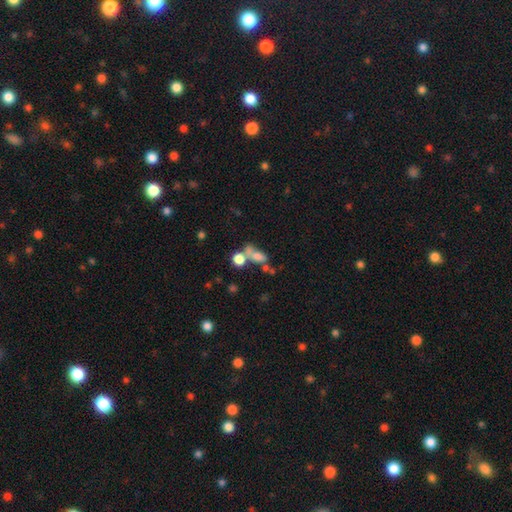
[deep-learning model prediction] Smooth or featured: smooth — 64% (featured or disk — 21%)
How rounded: in between — 64% (round — 26%)
Merging: merger — 49% (none — 30%)